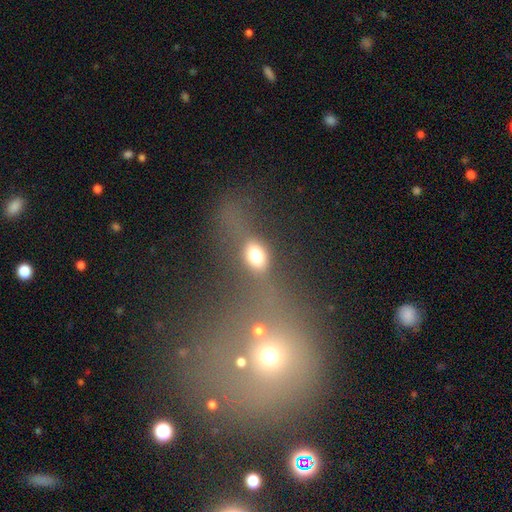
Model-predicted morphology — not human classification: This is likely a smooth galaxy (68%). How rounded: likely in between (65%). Merging: possibly none (51%).